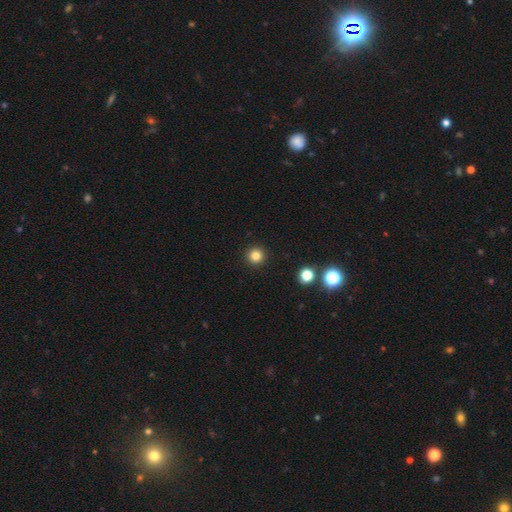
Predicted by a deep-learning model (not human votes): Overall: smooth (83%). How rounded: round (95%). Merging: none (93%).